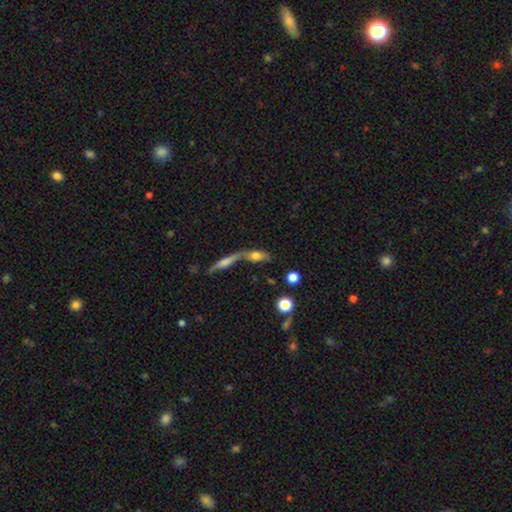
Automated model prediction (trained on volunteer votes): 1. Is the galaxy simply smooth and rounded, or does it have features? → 61% smooth, 29% featured or disk, 10% star or artifact.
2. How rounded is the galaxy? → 62% in between, 29% cigar-shaped, 8% round.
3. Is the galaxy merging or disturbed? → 51% merger, 31% none, 10% minor disturbance, 7% major disturbance.